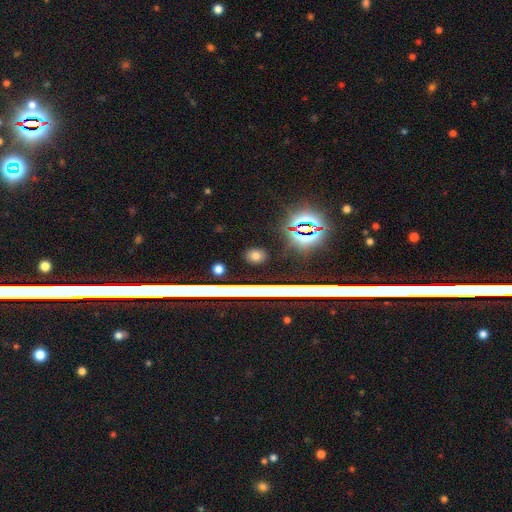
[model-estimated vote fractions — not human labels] The model was most divided on "smooth or featured": smooth: 63%, star or artifact: 26%, featured or disk: 11%. More confident: merging — none (88%); how rounded — round (70%).